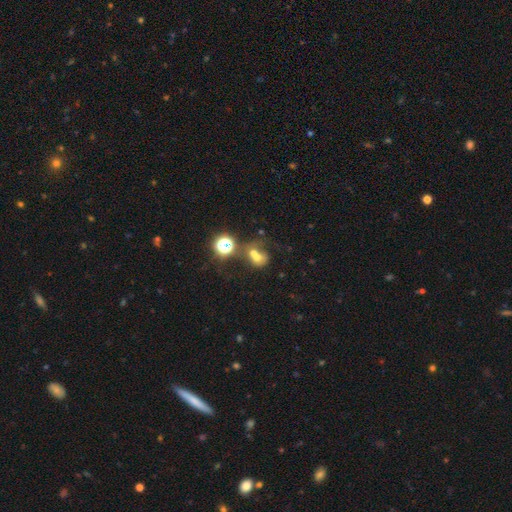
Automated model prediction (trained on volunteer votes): This is possibly a smooth galaxy (52%). How rounded: possibly round (58%). Merging: likely merger (61%).